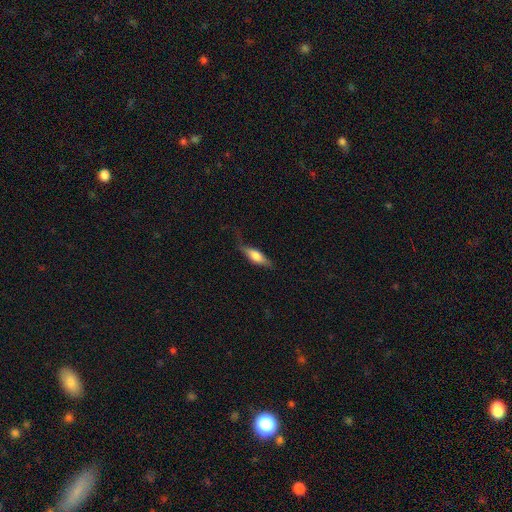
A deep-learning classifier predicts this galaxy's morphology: smooth-or-featured: smooth: 57% | featured or disk: 37% | star or artifact: 6%
  how-rounded: in between: 54% | cigar-shaped: 43% | round: 3%
  merging: none: 59% | minor disturbance: 28% | major disturbance: 12% | merger: 2%